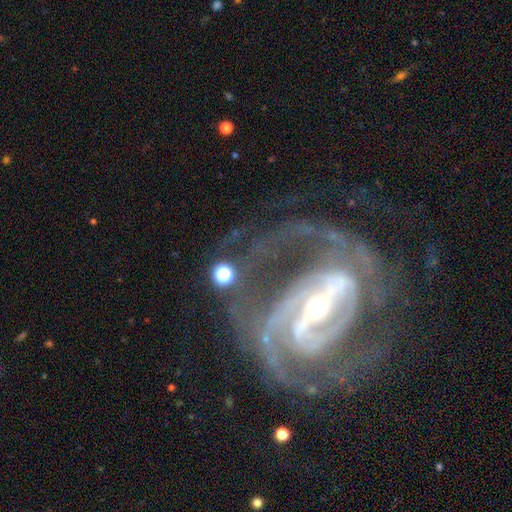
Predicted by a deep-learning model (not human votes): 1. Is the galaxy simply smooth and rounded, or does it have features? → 91% featured or disk, 5% star or artifact, 3% smooth.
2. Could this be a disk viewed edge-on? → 96% no, 4% yes.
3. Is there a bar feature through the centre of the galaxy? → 74% strong, 19% weak, 7% no.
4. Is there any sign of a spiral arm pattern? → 96% yes, 4% no.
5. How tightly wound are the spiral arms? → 45% medium, 42% tight, 13% loose.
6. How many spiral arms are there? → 57% 2, 16% 3, 12% can't tell, 6% 4, 5% 1, 4% more than 4.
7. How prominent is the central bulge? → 59% small, 35% moderate, 3% large, 1% none, 1% dominant.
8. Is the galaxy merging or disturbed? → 49% none, 28% major disturbance, 17% minor disturbance, 6% merger.